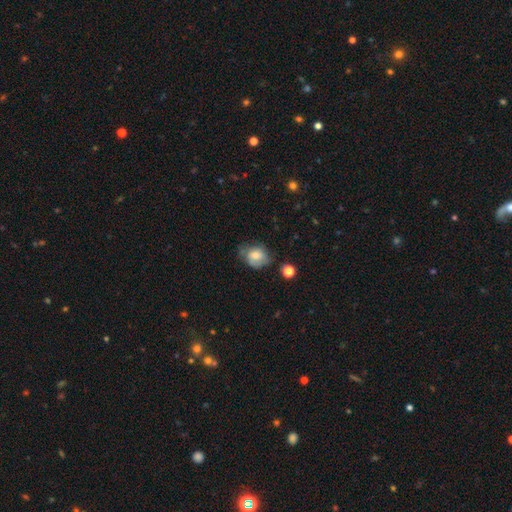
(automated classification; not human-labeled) This is likely a smooth galaxy (67%). How rounded: possibly in between (57%). Merging: possibly none (45%).